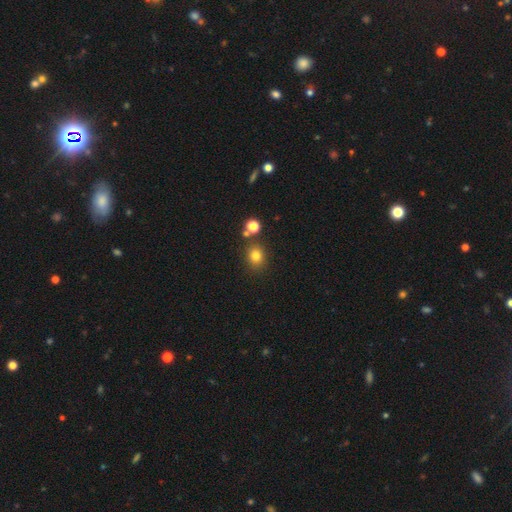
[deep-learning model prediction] Smooth or featured: smooth — 78% (star or artifact — 15%)
How rounded: round — 76% (in between — 23%)
Merging: none — 78% (merger — 10%)